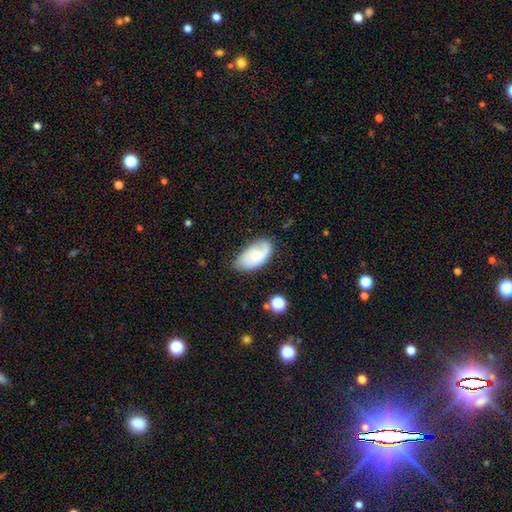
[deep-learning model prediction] A smooth galaxy with no disk features (50%).

Vote fractions:
- Smooth or featured? smooth: 50% / featured or disk: 43% / star or artifact: 8%
- Merging? none: 62% / minor disturbance: 26% / major disturbance: 10% / merger: 3%